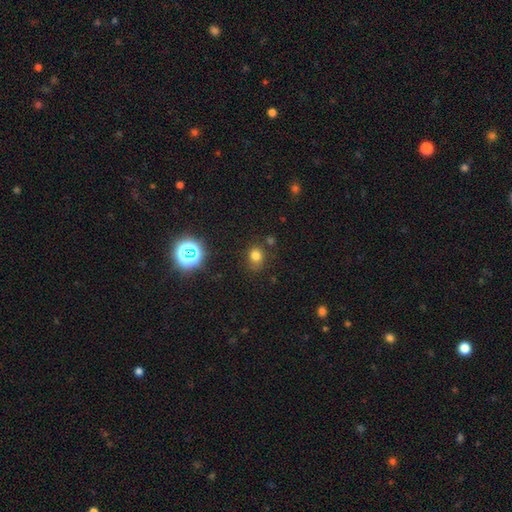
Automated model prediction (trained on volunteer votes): smooth 74%, star or artifact 19%, featured or disk 7%. Down the decision tree: how rounded — round (65%); merging — none (73%).